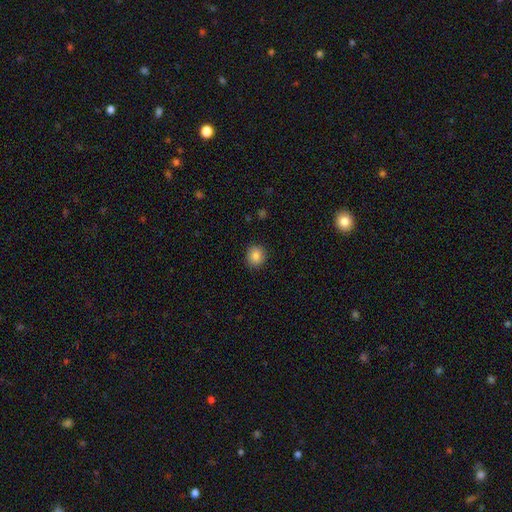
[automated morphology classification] type=smooth (84%); roundness=round (86%); merging=none (90%).